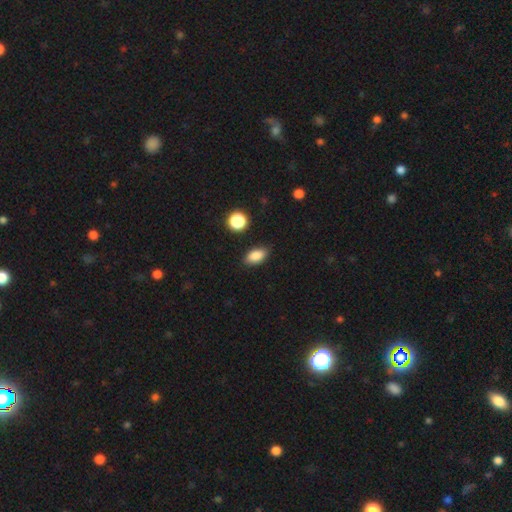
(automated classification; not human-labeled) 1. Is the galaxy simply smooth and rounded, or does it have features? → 86% smooth, 9% star or artifact, 5% featured or disk.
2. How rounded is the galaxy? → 89% in between, 7% round, 4% cigar-shaped.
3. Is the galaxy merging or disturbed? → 85% none, 11% minor disturbance, 2% major disturbance, 2% merger.